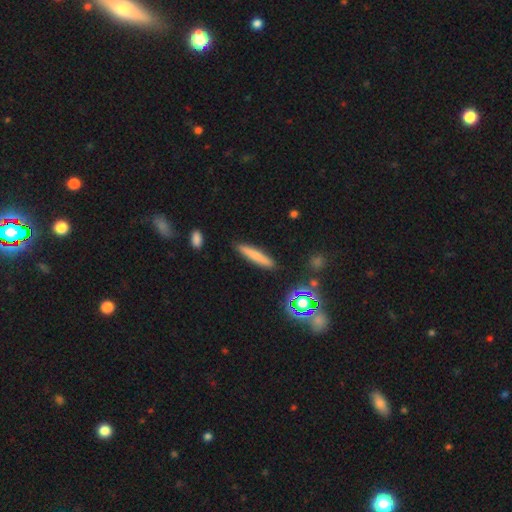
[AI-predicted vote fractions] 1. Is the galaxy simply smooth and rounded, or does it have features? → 72% smooth, 18% featured or disk, 10% star or artifact.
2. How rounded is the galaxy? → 92% cigar-shaped, 7% in between, 2% round.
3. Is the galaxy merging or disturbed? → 89% none, 7% minor disturbance, 2% major disturbance, 2% merger.